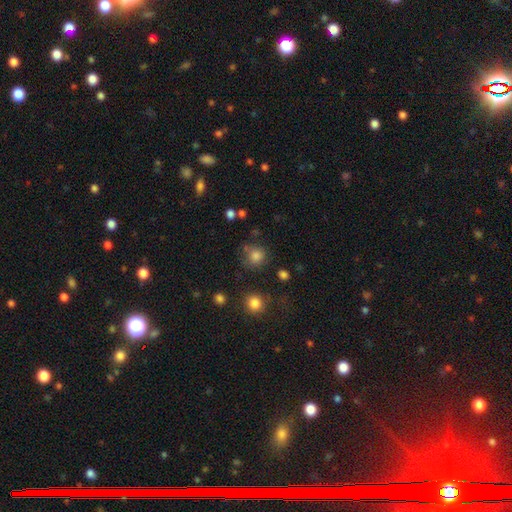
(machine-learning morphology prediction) Q: Smooth or featured?
A: smooth (82%); runner-up: star or artifact (13%)
Q: How rounded?
A: round (88%); runner-up: in between (11%)
Q: Merging?
A: none (74%); runner-up: minor disturbance (14%)